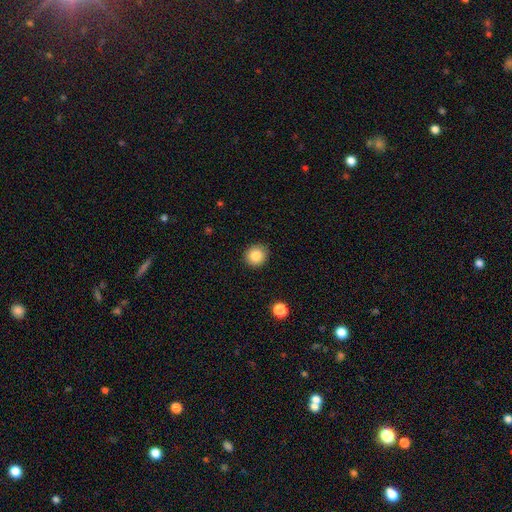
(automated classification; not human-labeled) Smooth or featured? smooth (86%)
How rounded? round (86%)
Merging? none (89%)